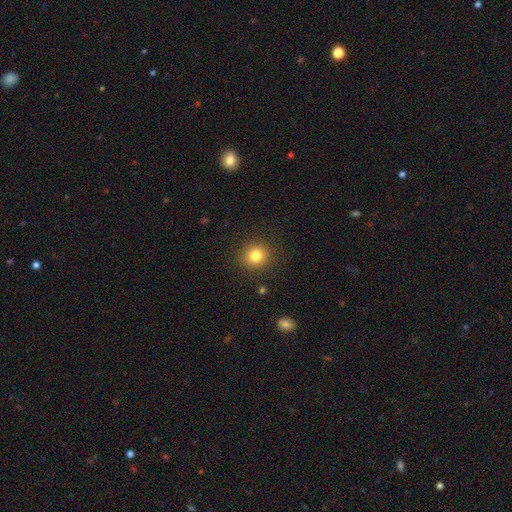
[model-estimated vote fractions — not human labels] The model was most divided on "smooth or featured": smooth: 81%, star or artifact: 12%, featured or disk: 7%. More confident: merging — none (90%); how rounded — round (88%).